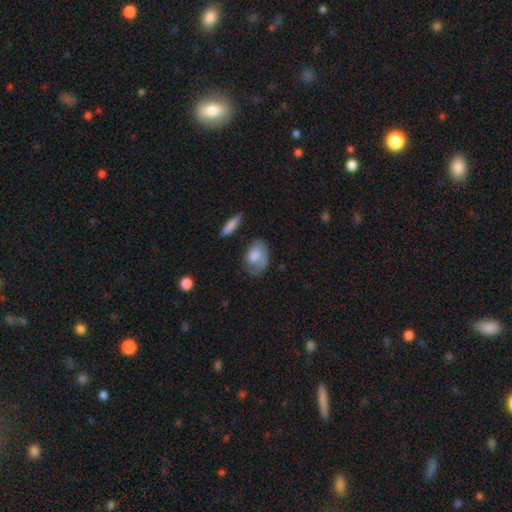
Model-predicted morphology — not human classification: Q: Smooth or featured?
A: smooth (60%); runner-up: featured or disk (33%)
Q: How rounded?
A: in between (80%); runner-up: round (18%)
Q: Merging?
A: none (50%); runner-up: minor disturbance (27%)